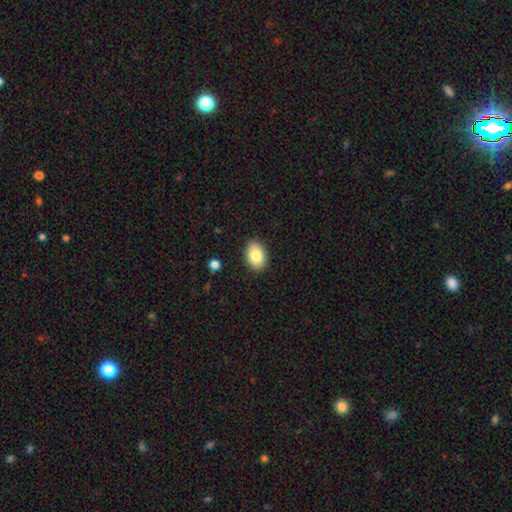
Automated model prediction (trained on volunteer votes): smooth_or_featured: smooth (p=0.84) [alt: featured or disk p=0.09]
how_rounded: in between (p=0.86) [alt: round p=0.13]
merging: none (p=0.89) [alt: minor disturbance p=0.08]